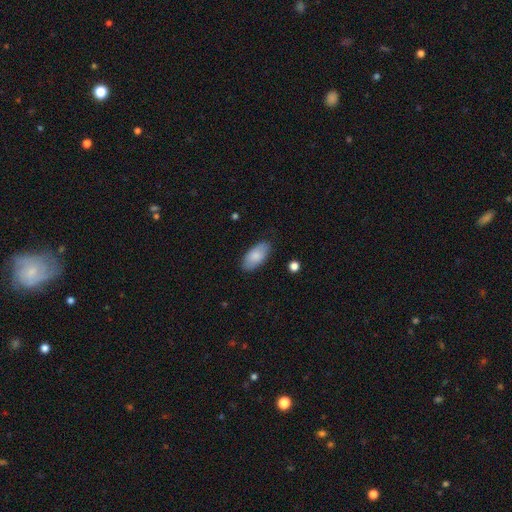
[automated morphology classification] The model was most divided on "merging": none: 84%, minor disturbance: 13%, major disturbance: 3%, merger: 1%. More confident: how rounded — in between (93%); smooth or featured — smooth (83%).